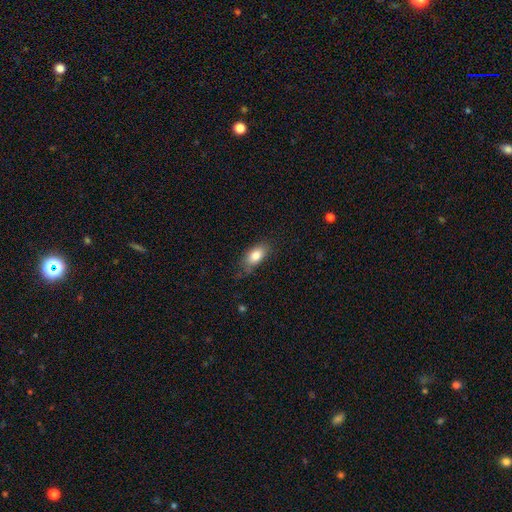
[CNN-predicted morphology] Smooth or featured?
  - smooth: 82% *
  - featured or disk: 11%
  - star or artifact: 7%
How rounded?
  - in between: 89% *
  - cigar-shaped: 6%
  - round: 5%
Merging?
  - none: 71% *
  - minor disturbance: 22%
  - major disturbance: 5%
  - merger: 2%